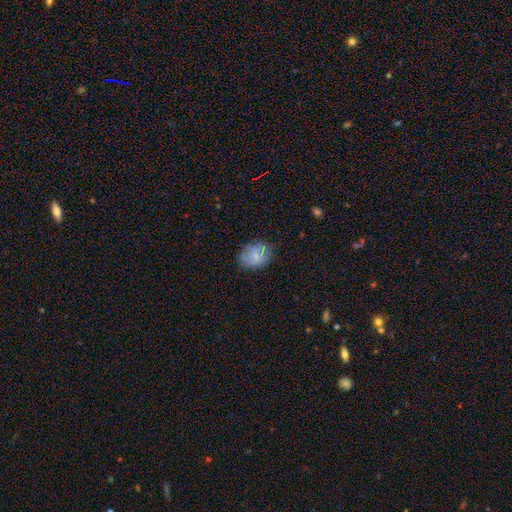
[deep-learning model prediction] A smooth galaxy with no disk features (67%) that is in between round and cigar-shaped (65%). Merging: none (70%).